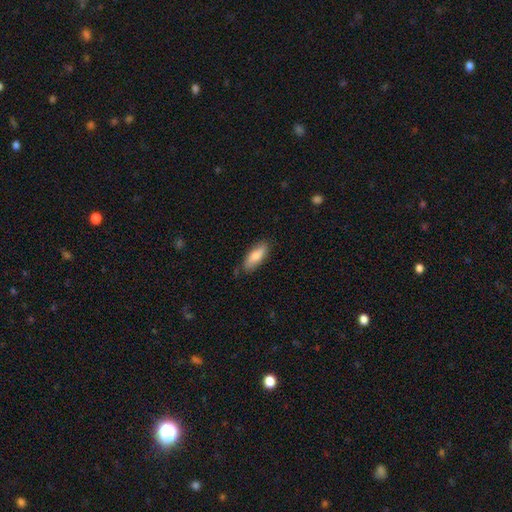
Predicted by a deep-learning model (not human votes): Morphology: type=smooth (77%); roundness=in between (69%); merging=none (81%).